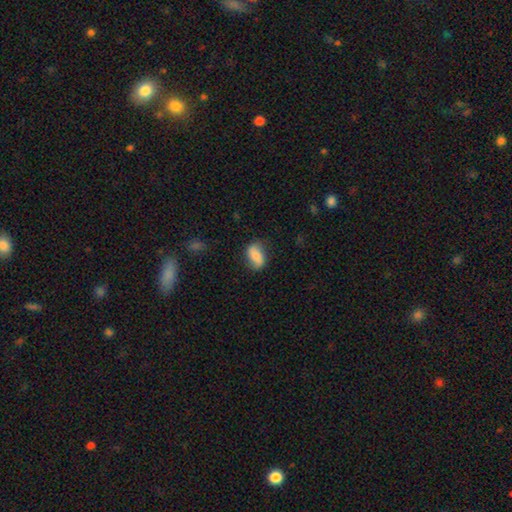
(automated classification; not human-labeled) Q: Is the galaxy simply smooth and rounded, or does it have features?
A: smooth — 69%.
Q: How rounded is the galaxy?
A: in between — 88%.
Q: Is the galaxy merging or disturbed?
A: none — 67%.